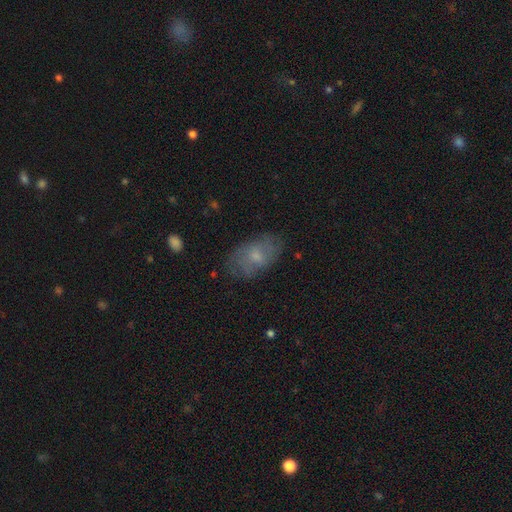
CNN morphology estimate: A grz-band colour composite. It shows a smooth galaxy with no disk features (54%) that is in between round and cigar-shaped (91%). Merging: none (72%).